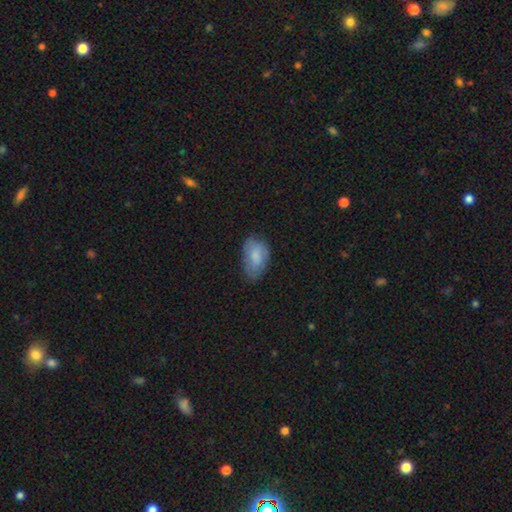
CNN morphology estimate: This is likely a smooth galaxy (78%). How rounded: clearly in between (92%). Merging: possibly none (59%).